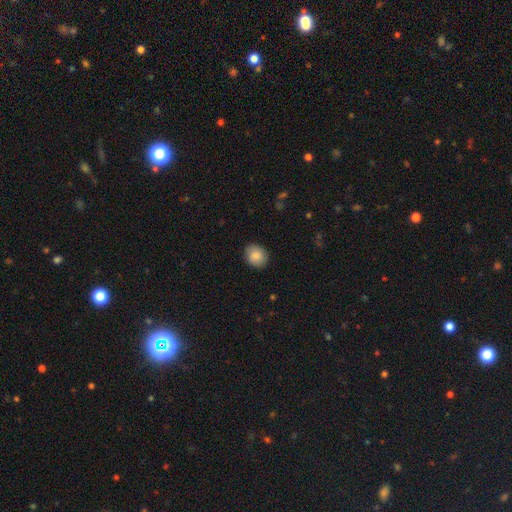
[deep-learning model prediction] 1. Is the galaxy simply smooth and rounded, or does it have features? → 87% smooth, 7% star or artifact, 6% featured or disk.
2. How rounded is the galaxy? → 67% round, 32% in between, 1% cigar-shaped.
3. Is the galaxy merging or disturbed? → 88% none, 9% minor disturbance, 2% major disturbance, 1% merger.